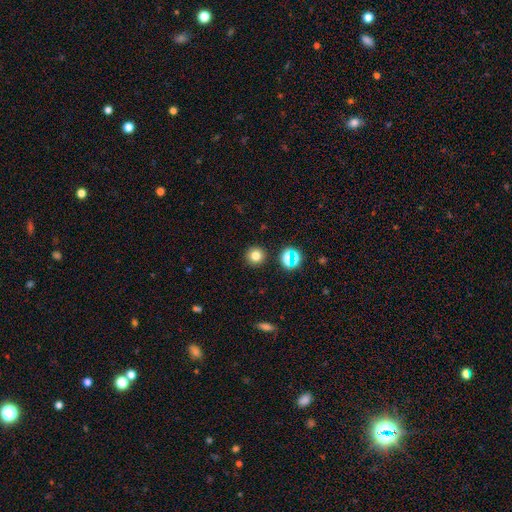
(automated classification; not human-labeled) smooth 74%, star or artifact 18%, featured or disk 8%. Down the decision tree: how rounded — round (93%); merging — none (89%).